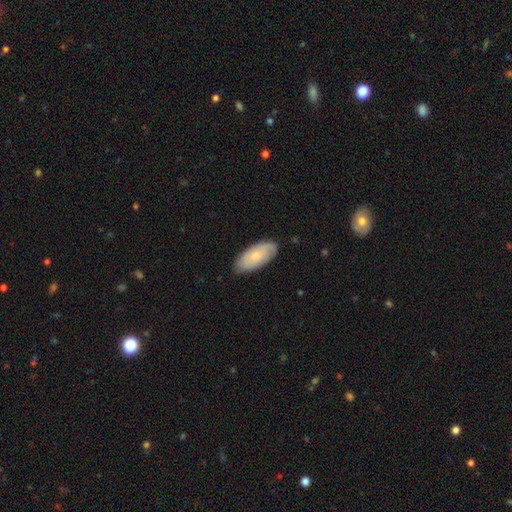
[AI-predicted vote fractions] This appears to be a smooth galaxy with no disk features (58%) that is in between round and cigar-shaped (92%). Merging: none (79%).